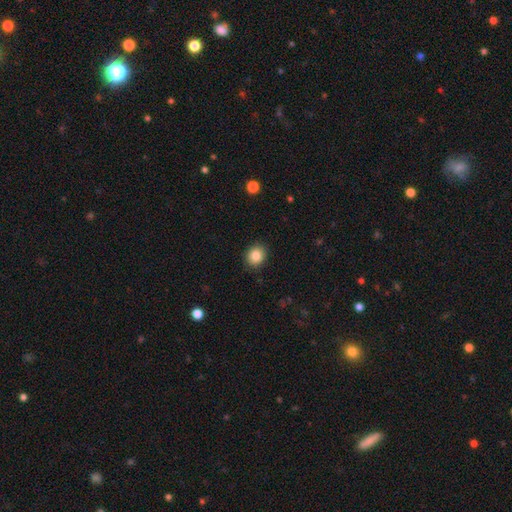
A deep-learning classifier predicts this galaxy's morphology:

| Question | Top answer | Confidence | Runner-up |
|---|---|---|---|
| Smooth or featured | smooth | 85% | star or artifact (9%) |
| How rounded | round | 70% | in between (29%) |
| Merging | none | 89% | minor disturbance (8%) |